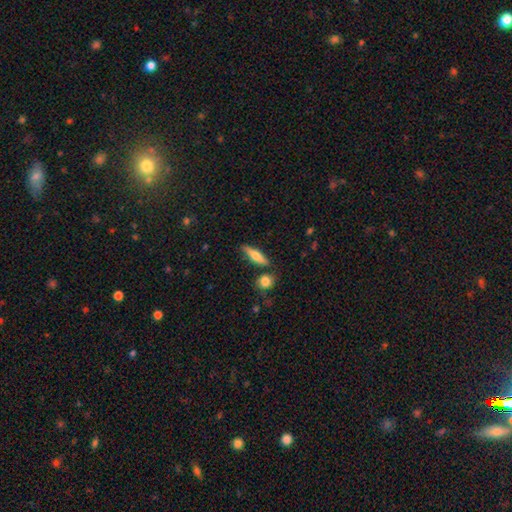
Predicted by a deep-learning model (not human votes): A smooth galaxy with no disk features (61%) that is cigar-shaped (67%).

Vote fractions:
- Smooth or featured? smooth: 61% / featured or disk: 33% / star or artifact: 6%
- How rounded? cigar-shaped: 67% / in between: 30% / round: 3%
- Merging? none: 78% / minor disturbance: 12% / merger: 7% / major disturbance: 3%